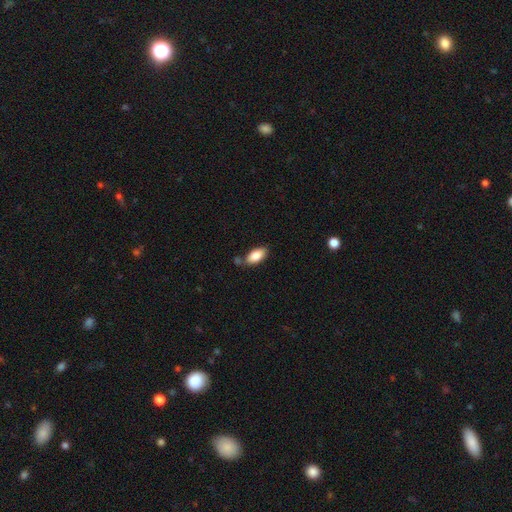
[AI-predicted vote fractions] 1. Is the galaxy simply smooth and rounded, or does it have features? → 86% smooth, 8% featured or disk, 7% star or artifact.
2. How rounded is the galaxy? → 91% in between, 7% cigar-shaped, 2% round.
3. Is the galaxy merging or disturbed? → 67% none, 18% minor disturbance, 11% merger, 4% major disturbance.